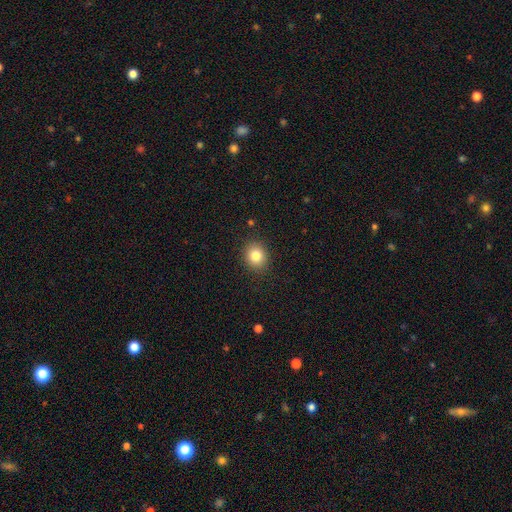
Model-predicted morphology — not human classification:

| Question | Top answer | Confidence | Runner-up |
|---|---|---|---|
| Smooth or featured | smooth | 83% | star or artifact (11%) |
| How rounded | round | 73% | in between (26%) |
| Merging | none | 89% | minor disturbance (7%) |